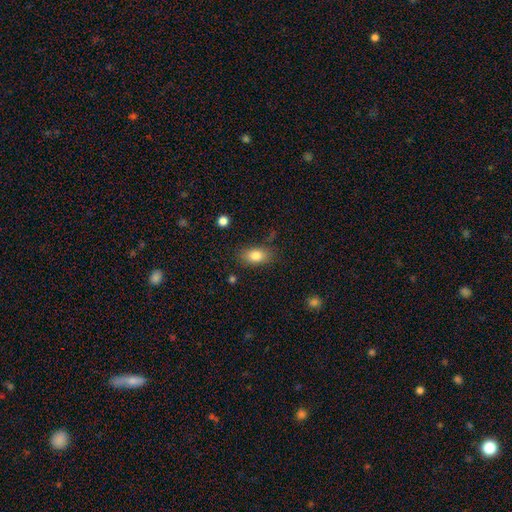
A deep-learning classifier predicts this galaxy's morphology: A smooth galaxy with no disk features (82%) that is in between round and cigar-shaped (86%). Merging: none (78%).